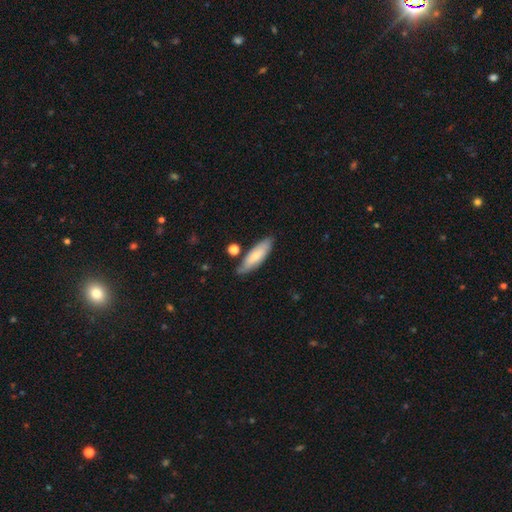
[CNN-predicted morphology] Smooth or featured: smooth — 69% (featured or disk — 26%)
How rounded: in between — 52% (cigar-shaped — 47%)
Merging: none — 75% (minor disturbance — 17%)